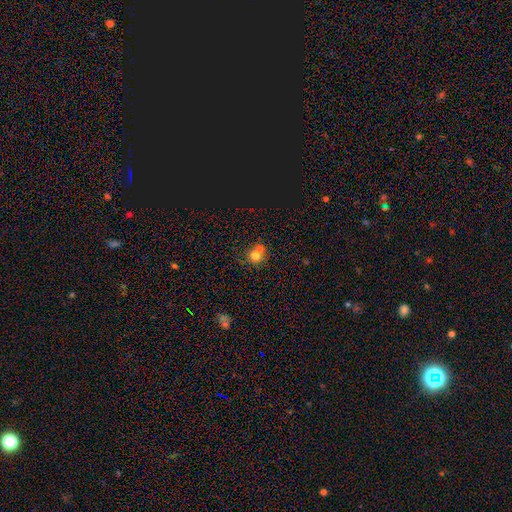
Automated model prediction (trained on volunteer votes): smooth_or_featured: smooth (p=0.72) [alt: featured or disk p=0.14]
how_rounded: round (p=0.83) [alt: in between p=0.16]
merging: merger (p=0.44) [alt: none p=0.42]